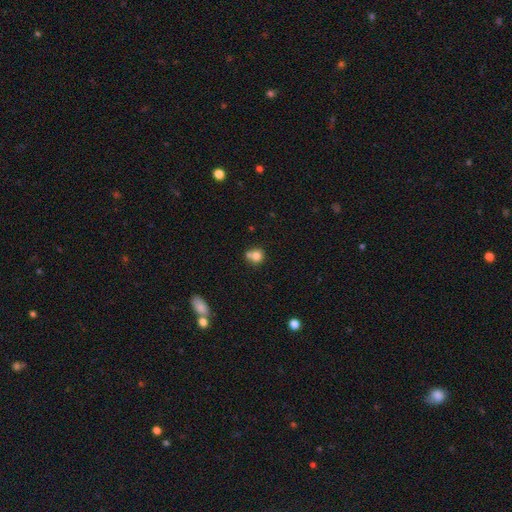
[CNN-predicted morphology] Smooth or featured? smooth (78%)
How rounded? round (82%)
Merging? none (47%)